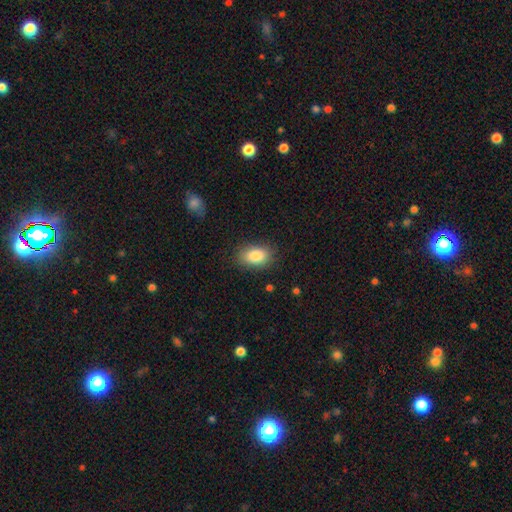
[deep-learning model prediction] Overall: smooth (86%). How rounded: in between (88%). Merging: none (82%).